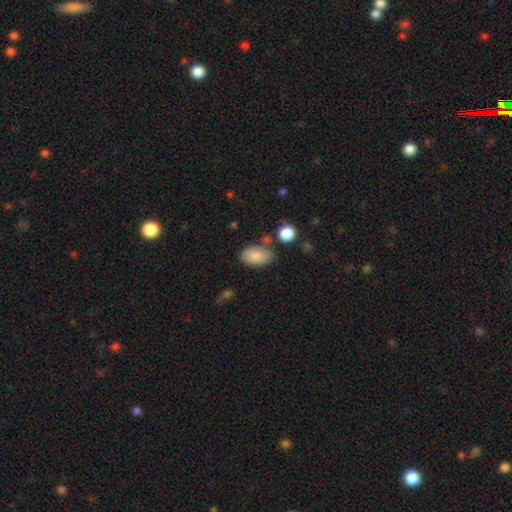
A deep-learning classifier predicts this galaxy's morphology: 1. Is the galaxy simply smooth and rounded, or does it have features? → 86% smooth, 7% star or artifact, 6% featured or disk.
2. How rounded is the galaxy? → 92% in between, 6% round, 2% cigar-shaped.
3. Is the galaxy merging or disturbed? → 70% none, 17% minor disturbance, 8% merger, 5% major disturbance.